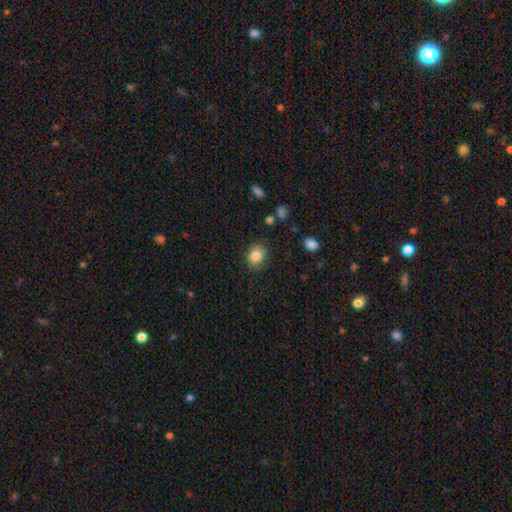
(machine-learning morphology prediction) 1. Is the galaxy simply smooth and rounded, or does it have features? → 84% smooth, 9% star or artifact, 7% featured or disk.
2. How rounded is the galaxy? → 53% round, 46% in between, 1% cigar-shaped.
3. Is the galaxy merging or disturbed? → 82% none, 13% minor disturbance, 3% major disturbance, 1% merger.